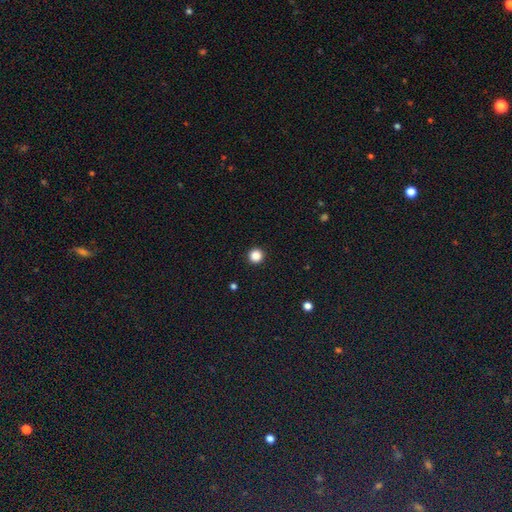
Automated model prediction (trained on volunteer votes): Q: Smooth or featured?
A: smooth (86%); runner-up: star or artifact (11%)
Q: How rounded?
A: round (96%); runner-up: in between (3%)
Q: Merging?
A: none (93%); runner-up: minor disturbance (4%)